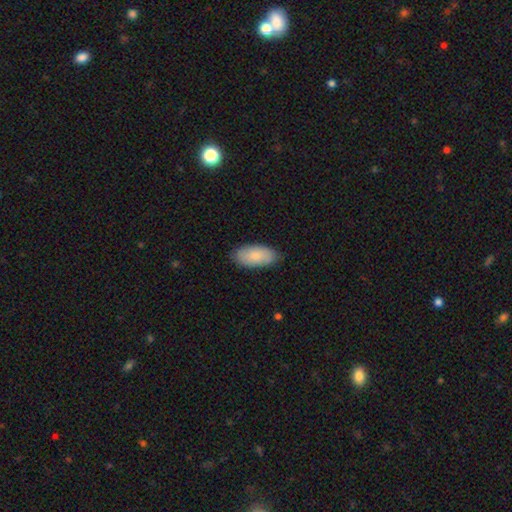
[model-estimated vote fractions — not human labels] Smooth or featured?
  - smooth: 82% *
  - featured or disk: 12%
  - star or artifact: 6%
How rounded?
  - in between: 93% *
  - cigar-shaped: 5%
  - round: 2%
Merging?
  - none: 84% *
  - minor disturbance: 13%
  - major disturbance: 2%
  - merger: 1%